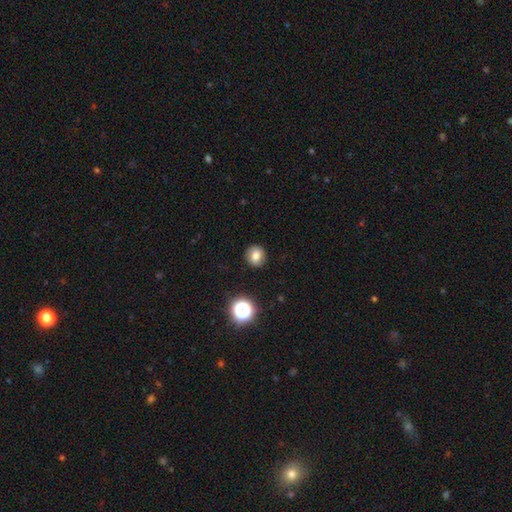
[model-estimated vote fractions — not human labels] smooth 75%, star or artifact 13%, featured or disk 12%. Down the decision tree: how rounded — round (83%); merging — none (89%).